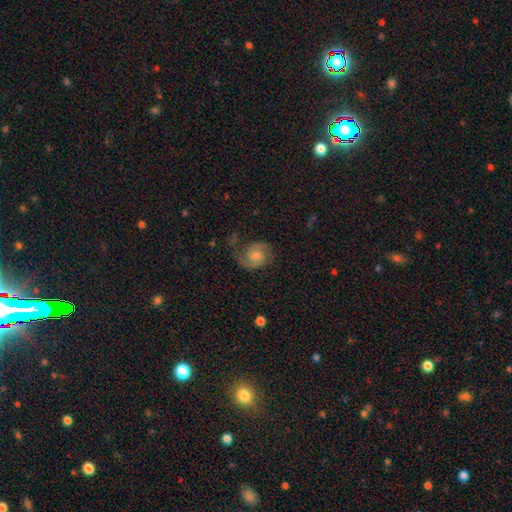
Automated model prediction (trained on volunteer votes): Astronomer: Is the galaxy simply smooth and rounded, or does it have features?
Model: featured or disk — 77%.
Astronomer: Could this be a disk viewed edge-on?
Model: no — 98%.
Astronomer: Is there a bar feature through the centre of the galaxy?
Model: no — 69%.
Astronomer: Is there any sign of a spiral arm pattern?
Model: yes — 95%.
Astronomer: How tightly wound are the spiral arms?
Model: medium — 46% (runner-up: tight, 30%).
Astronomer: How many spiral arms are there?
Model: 2 — 73%.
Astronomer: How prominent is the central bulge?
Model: moderate — 55% (runner-up: small, 36%).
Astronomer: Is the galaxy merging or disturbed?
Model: none — 64%.